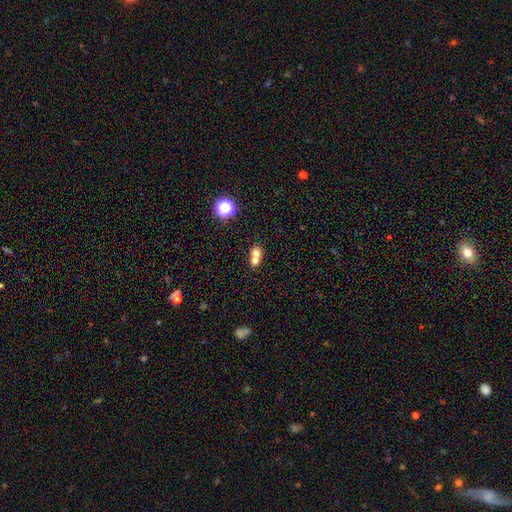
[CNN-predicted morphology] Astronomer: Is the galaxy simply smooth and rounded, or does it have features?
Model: smooth — 69%.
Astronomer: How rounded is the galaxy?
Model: round — 69%.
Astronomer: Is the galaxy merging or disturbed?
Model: merger — 66%.